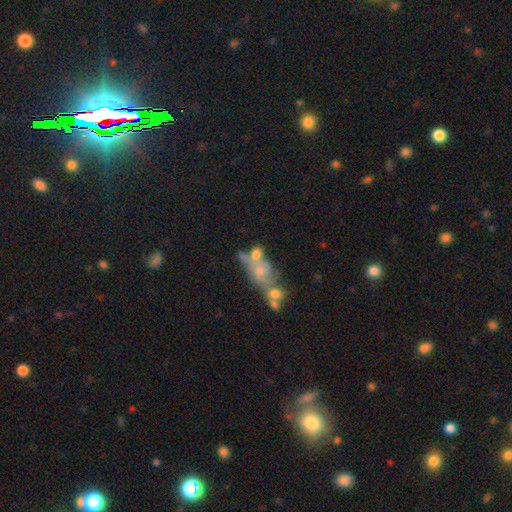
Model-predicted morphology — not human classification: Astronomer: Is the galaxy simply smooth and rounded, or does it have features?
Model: featured or disk — 44% (runner-up: smooth, 43%).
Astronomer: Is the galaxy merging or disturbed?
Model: merger — 50%.